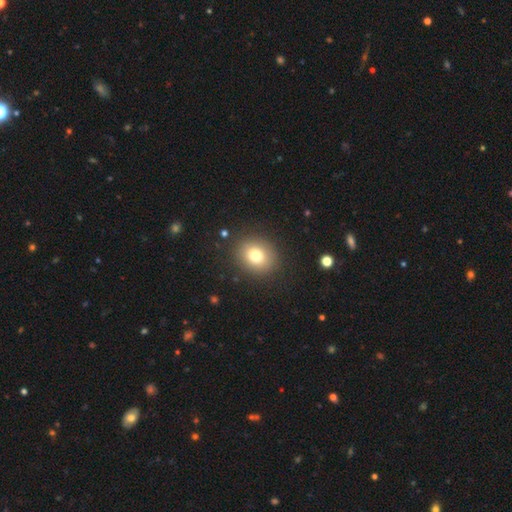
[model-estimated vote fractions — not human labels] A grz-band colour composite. It shows a smooth galaxy with no disk features (77%) that is round (70%). Merging: none (88%).